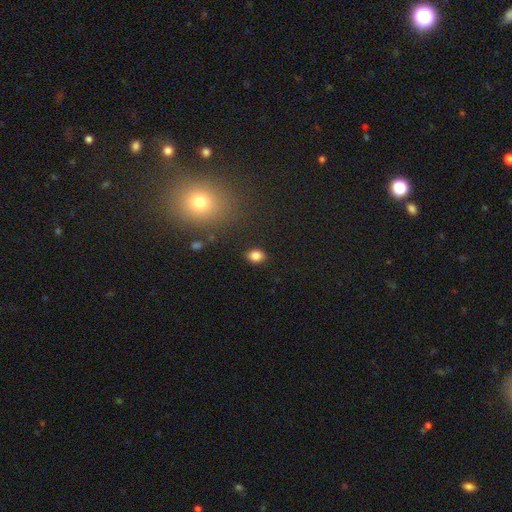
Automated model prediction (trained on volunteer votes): smooth 84%, star or artifact 11%, featured or disk 5%. Down the decision tree: how rounded — in between (60%); merging — none (87%).